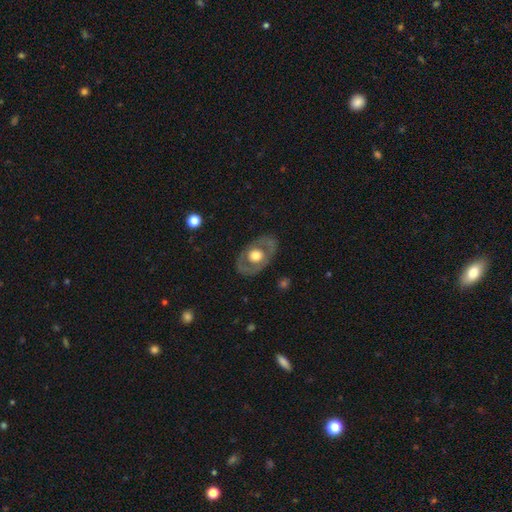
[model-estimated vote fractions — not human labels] A featured or disk galaxy (57%) with no bar (89%), no spiral arms (85%) and a large central bulge (48%). Merging: none (79%).